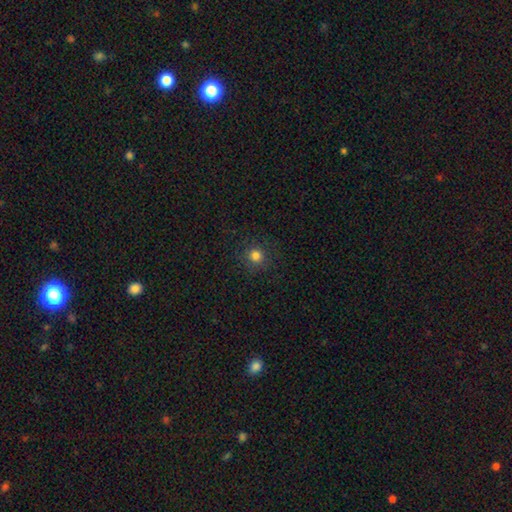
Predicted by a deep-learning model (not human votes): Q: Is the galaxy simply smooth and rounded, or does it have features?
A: smooth — 81%.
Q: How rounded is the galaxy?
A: round — 93%.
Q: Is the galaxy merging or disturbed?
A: none — 89%.